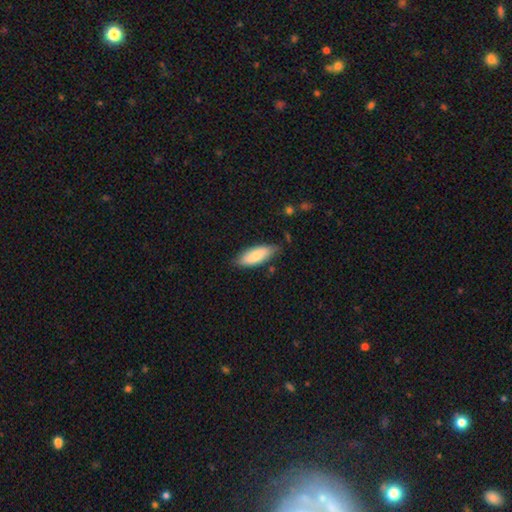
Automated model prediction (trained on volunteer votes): A smooth galaxy with no disk features (79%) that is in between round and cigar-shaped (74%). Merging: none (75%).